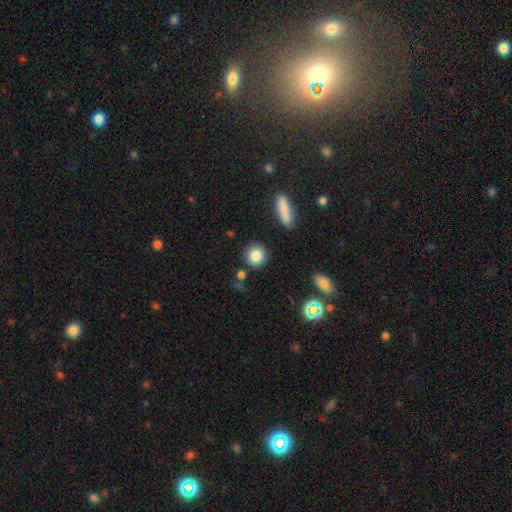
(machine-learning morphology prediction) The model was most divided on "smooth or featured": smooth: 85%, star or artifact: 9%, featured or disk: 6%. More confident: how rounded — round (89%); merging — none (86%).